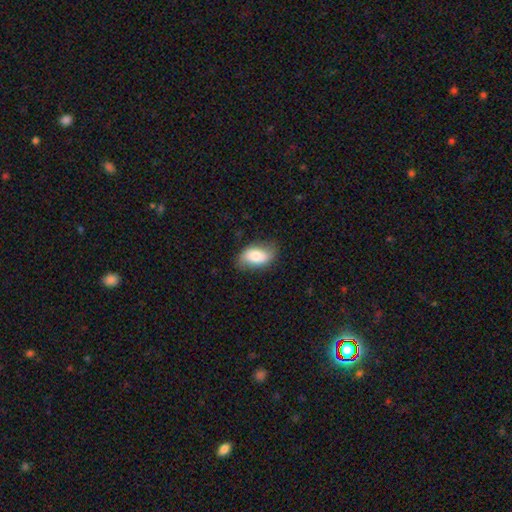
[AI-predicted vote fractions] Smooth or featured? smooth (75%)
How rounded? in between (91%)
Merging? none (71%)